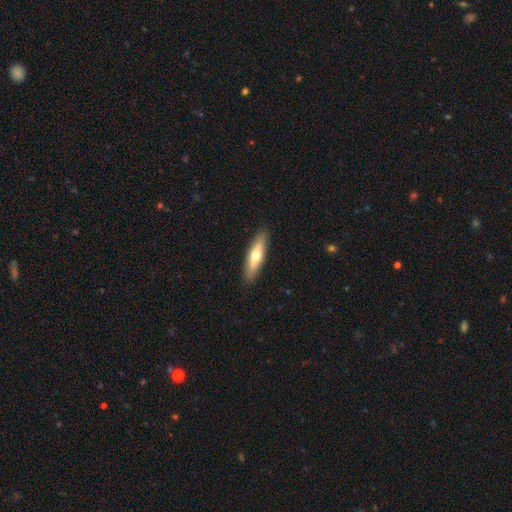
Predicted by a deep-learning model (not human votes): Overall: smooth (55%; featured or disk 40%). How rounded: cigar-shaped (65%; in between 32%). Merging: none (89%).